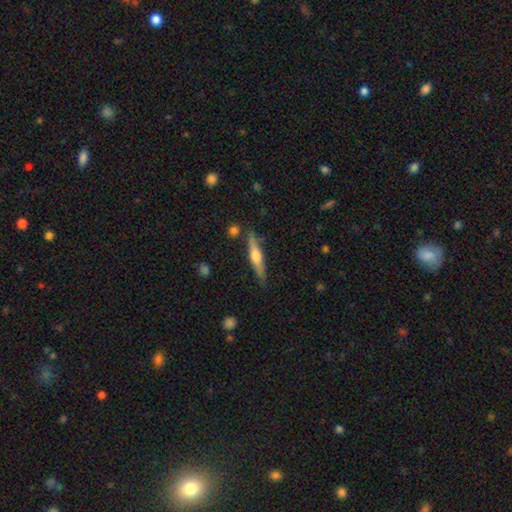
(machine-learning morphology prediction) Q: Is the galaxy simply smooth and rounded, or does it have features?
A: featured or disk — 58%.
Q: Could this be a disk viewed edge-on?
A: yes — 96%.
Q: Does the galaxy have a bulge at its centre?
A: rounded — 89%.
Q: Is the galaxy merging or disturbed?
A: none — 82%.